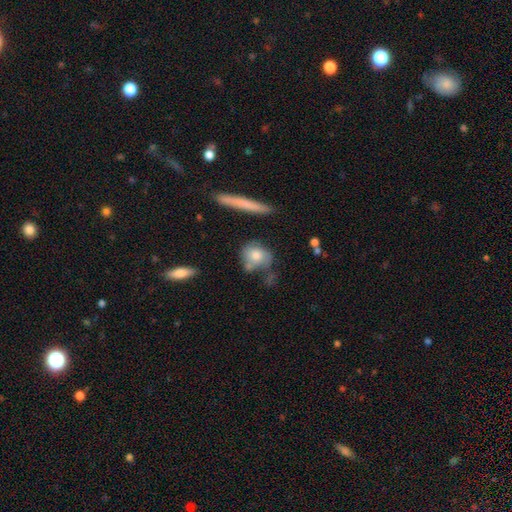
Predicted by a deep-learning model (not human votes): smooth-or-featured: smooth: 69% | featured or disk: 24% | star or artifact: 7%
  how-rounded: round: 55% | in between: 39% | cigar-shaped: 6%
  merging: none: 44% | minor disturbance: 27% | major disturbance: 16% | merger: 13%